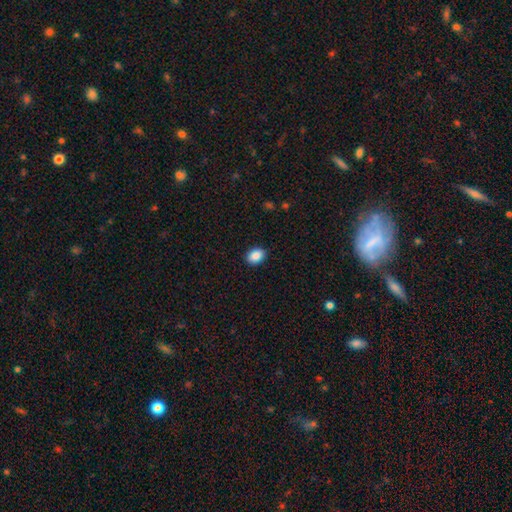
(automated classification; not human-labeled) This is clearly a smooth galaxy (88%). How rounded: likely in between (62%). Merging: clearly none (90%).